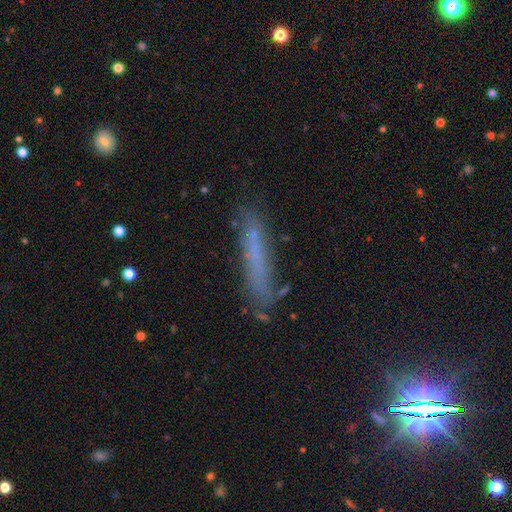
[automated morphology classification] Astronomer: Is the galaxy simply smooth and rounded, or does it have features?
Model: smooth — 51% (runner-up: featured or disk, 35%).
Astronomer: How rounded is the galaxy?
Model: cigar-shaped — 90%.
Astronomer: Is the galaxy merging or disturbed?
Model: none — 71%.